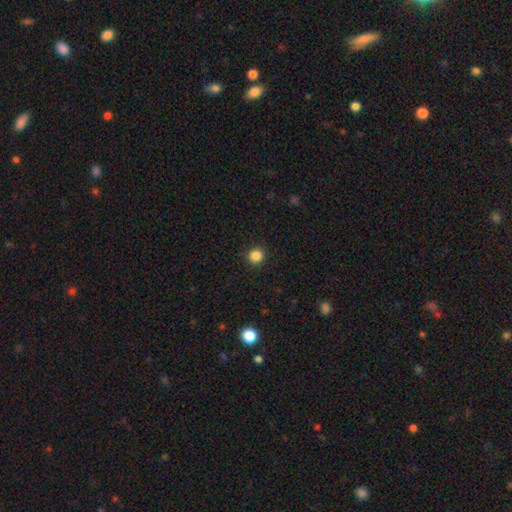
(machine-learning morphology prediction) Smooth or featured: smooth — 85% (star or artifact — 12%)
How rounded: round — 93% (in between — 6%)
Merging: none — 92% (minor disturbance — 5%)